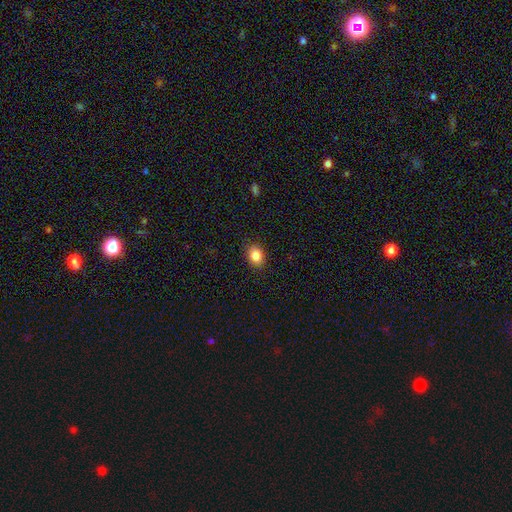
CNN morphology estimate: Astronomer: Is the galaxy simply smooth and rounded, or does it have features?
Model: smooth — 86%.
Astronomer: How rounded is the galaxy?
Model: in between — 62% (runner-up: round, 37%).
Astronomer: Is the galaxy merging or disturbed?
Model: none — 87%.